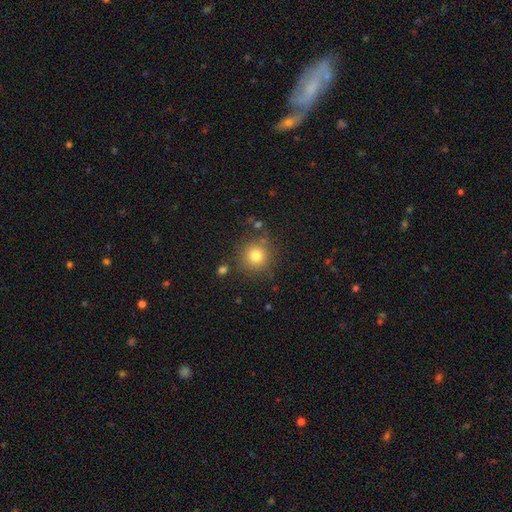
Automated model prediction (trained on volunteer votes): This appears to be a smooth galaxy with no disk features (78%) that is round (93%). Merging: none (83%).